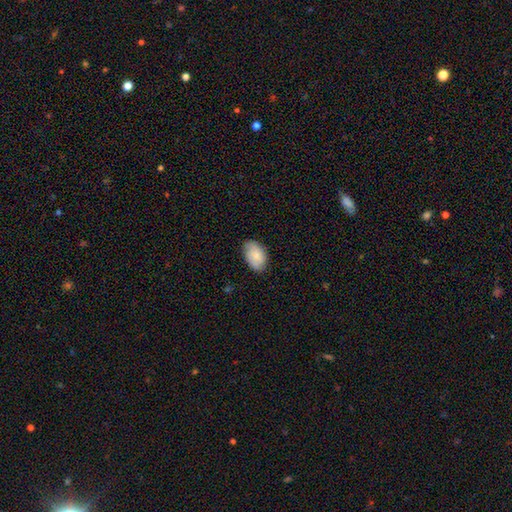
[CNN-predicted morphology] smooth_or_featured: smooth (p=0.78) [alt: featured or disk p=0.15]
how_rounded: in between (p=0.91) [alt: round p=0.08]
merging: none (p=0.77) [alt: minor disturbance p=0.19]